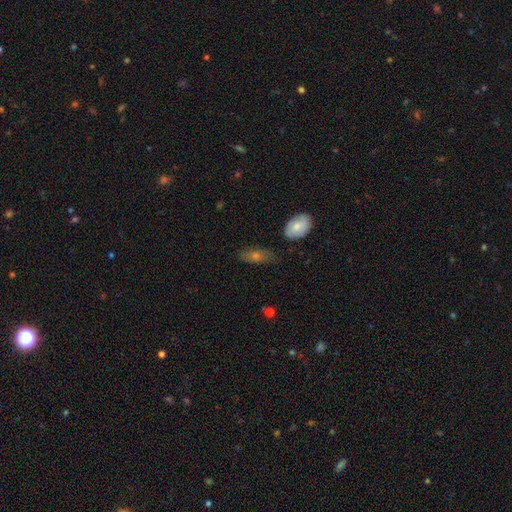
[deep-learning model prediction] Smooth or featured: smooth — 53% (featured or disk — 32%)
How rounded: in between — 76% (cigar-shaped — 18%)
Merging: none — 68% (minor disturbance — 22%)